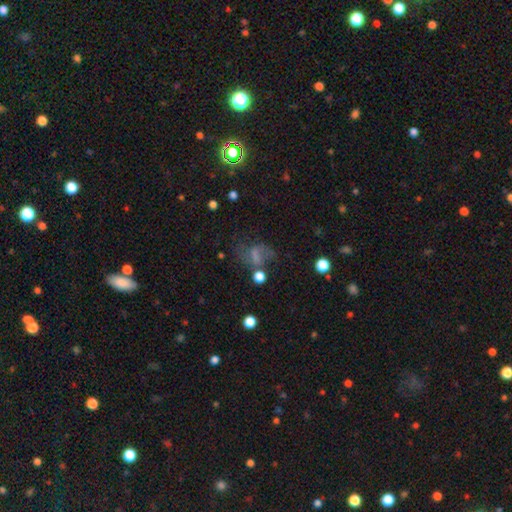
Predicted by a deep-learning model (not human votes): Morphology: type=smooth (51%); roundness=in between (64%); merging=none (38%).